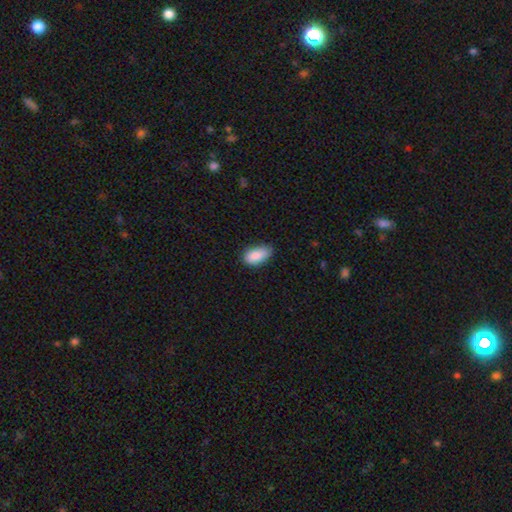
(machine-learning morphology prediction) smooth 87%, star or artifact 7%, featured or disk 6%. Down the decision tree: how rounded — in between (93%); merging — none (68%).